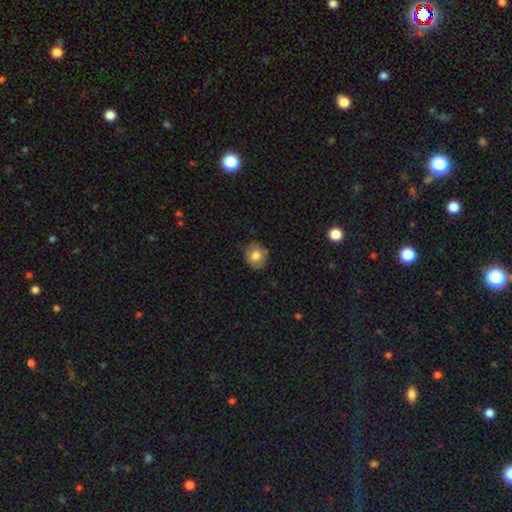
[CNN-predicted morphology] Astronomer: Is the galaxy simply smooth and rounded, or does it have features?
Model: smooth — 77%.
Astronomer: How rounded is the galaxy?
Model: round — 78%.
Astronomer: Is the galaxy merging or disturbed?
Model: none — 77%.